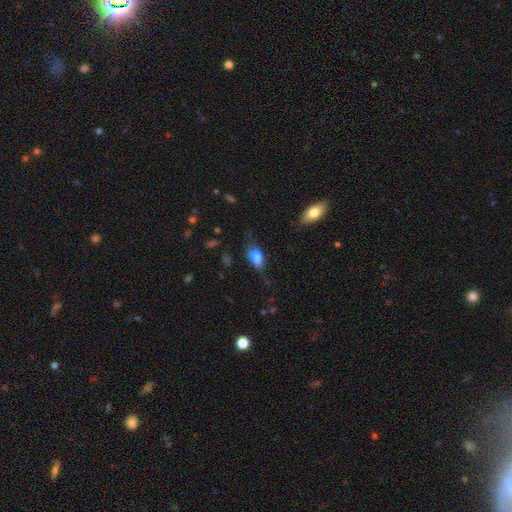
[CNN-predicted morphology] This is likely a smooth galaxy (73%). How rounded: clearly in between (82%). Merging: possibly none (50%).